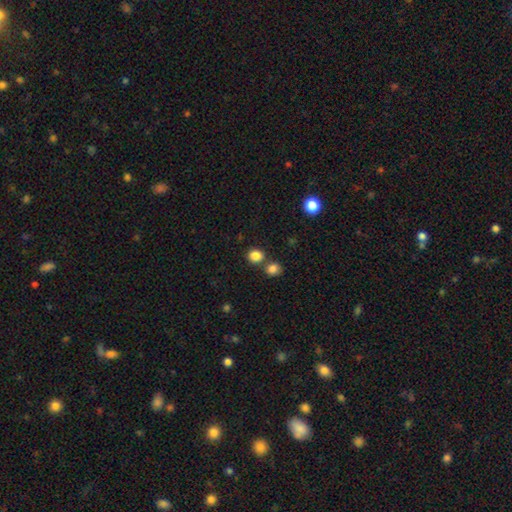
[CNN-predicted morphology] This appears to be a smooth galaxy with no disk features (84%) that is round (79%). Merging: none (69%).